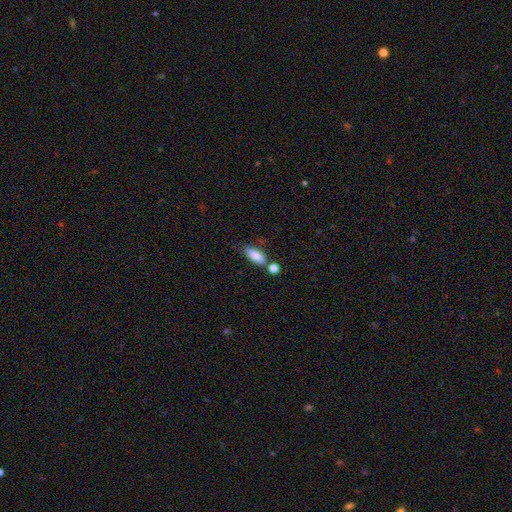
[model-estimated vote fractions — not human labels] A smooth galaxy with no disk features (82%) that is in between round and cigar-shaped (76%).

Vote fractions:
- Smooth or featured? smooth: 82% / featured or disk: 10% / star or artifact: 7%
- How rounded? in between: 76% / cigar-shaped: 20% / round: 3%
- Merging? none: 60% / merger: 18% / minor disturbance: 17% / major disturbance: 5%